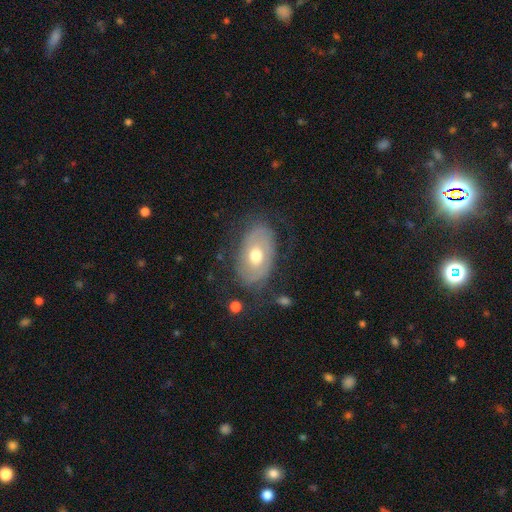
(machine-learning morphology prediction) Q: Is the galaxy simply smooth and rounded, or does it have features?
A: featured or disk — 53%.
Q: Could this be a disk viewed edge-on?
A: no — 91%.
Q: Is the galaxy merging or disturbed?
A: none — 70%.